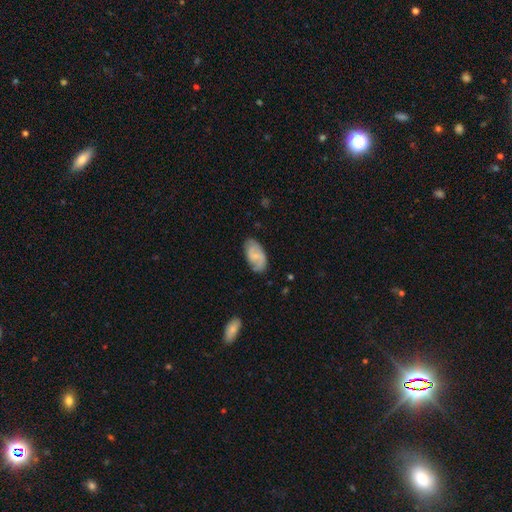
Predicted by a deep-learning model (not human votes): A smooth galaxy with no disk features (48%). Merging: none (76%).